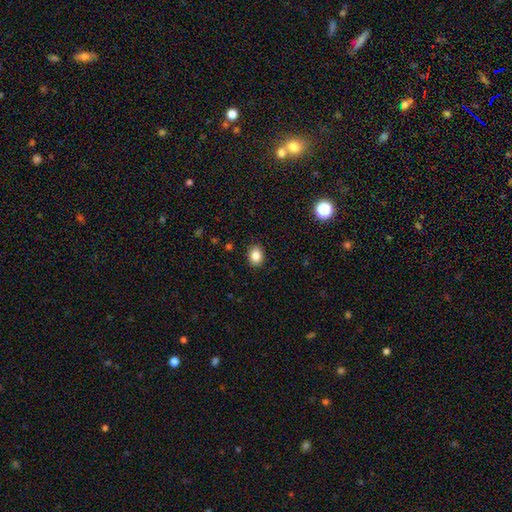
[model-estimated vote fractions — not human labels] This is clearly a smooth galaxy (86%). How rounded: possibly in between (59%). Merging: clearly none (89%).